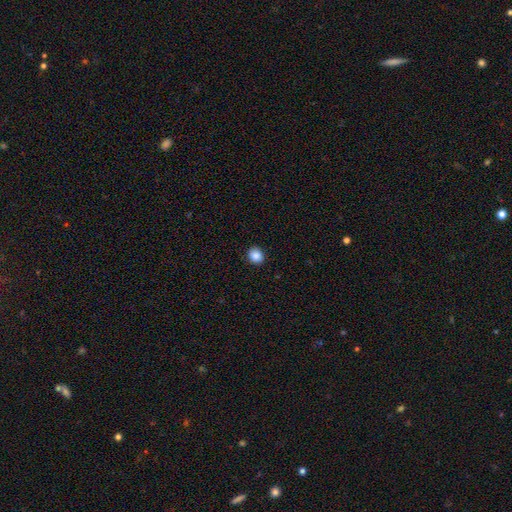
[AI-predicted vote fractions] Smooth or featured: smooth — 87% (star or artifact — 9%)
How rounded: round — 73% (in between — 26%)
Merging: none — 91% (minor disturbance — 6%)